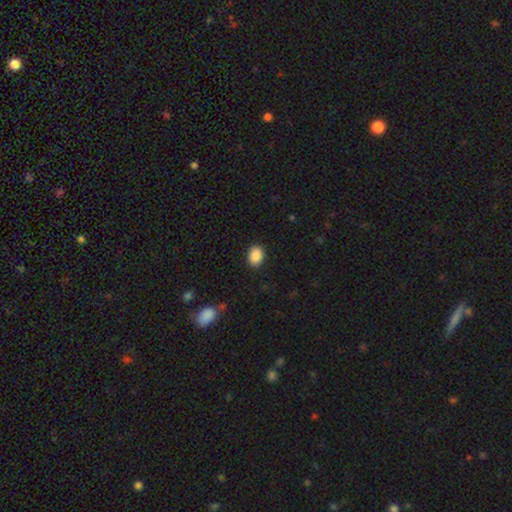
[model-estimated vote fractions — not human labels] Smooth or featured?
  - smooth: 89% *
  - star or artifact: 8%
  - featured or disk: 3%
How rounded?
  - in between: 72% *
  - round: 27%
  - cigar-shaped: 1%
Merging?
  - none: 89% *
  - minor disturbance: 8%
  - major disturbance: 2%
  - merger: 1%